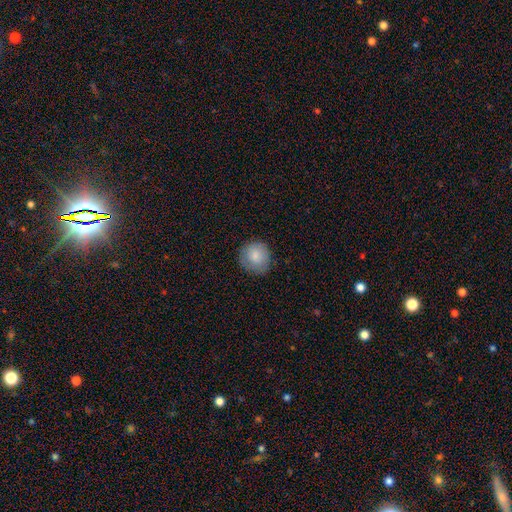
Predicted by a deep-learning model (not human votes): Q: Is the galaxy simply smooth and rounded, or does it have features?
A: smooth — 83%.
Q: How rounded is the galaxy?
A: round — 90%.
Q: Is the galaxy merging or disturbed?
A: none — 79%.